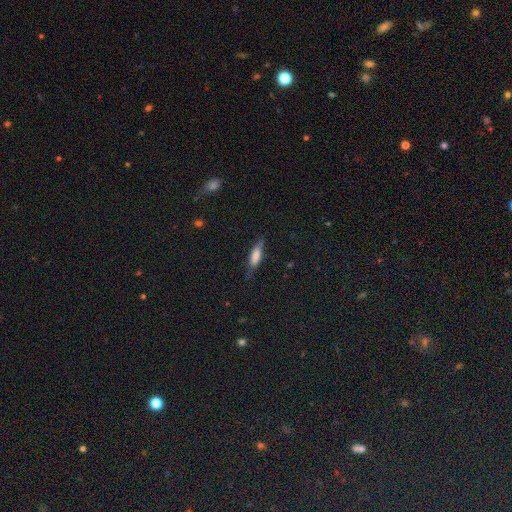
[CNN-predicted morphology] A smooth galaxy with no disk features (62%) that is cigar-shaped (55%).

Vote fractions:
- Smooth or featured? smooth: 62% / featured or disk: 29% / star or artifact: 9%
- How rounded? cigar-shaped: 55% / in between: 42% / round: 2%
- Merging? none: 73% / minor disturbance: 20% / major disturbance: 5% / merger: 2%